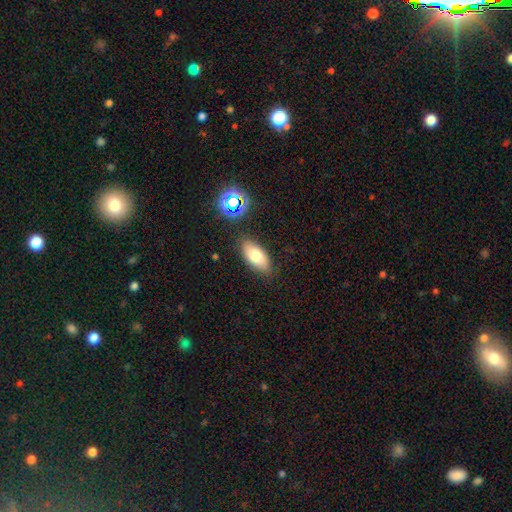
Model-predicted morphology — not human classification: Smooth or featured?
  - smooth: 75% *
  - featured or disk: 15%
  - star or artifact: 10%
How rounded?
  - in between: 90% *
  - cigar-shaped: 6%
  - round: 4%
Merging?
  - none: 83% *
  - minor disturbance: 11%
  - major disturbance: 3%
  - merger: 3%